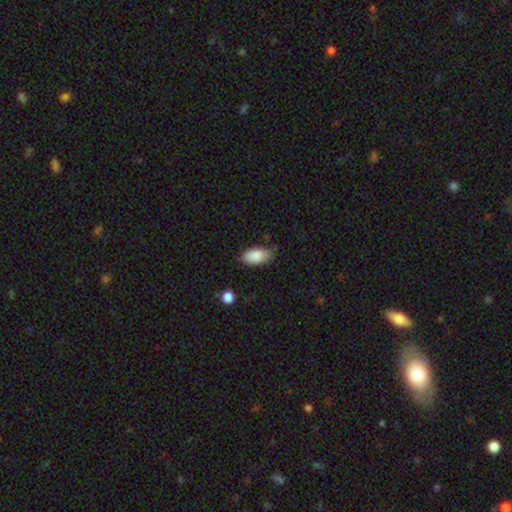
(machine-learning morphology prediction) Overall: smooth (86%). How rounded: in between (93%). Merging: none (66%; minor disturbance 27%).